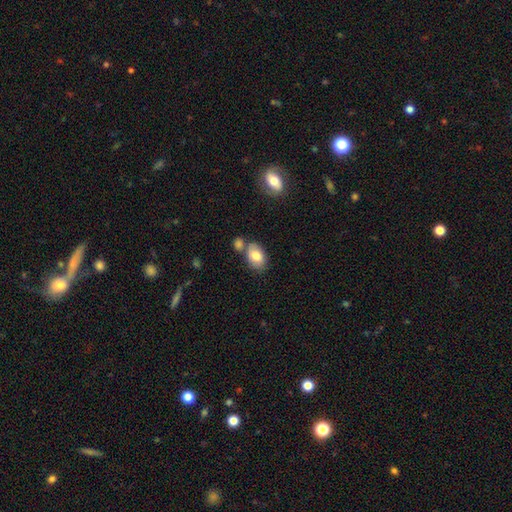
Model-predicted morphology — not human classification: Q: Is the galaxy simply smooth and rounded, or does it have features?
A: smooth — 80%.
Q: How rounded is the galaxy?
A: in between — 86%.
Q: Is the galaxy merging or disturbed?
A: none — 55%.